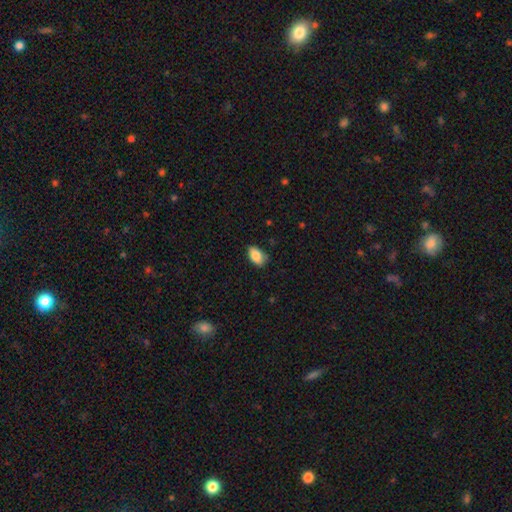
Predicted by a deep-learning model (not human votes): Morphology: type=smooth (85%); roundness=in between (91%); merging=none (76%).